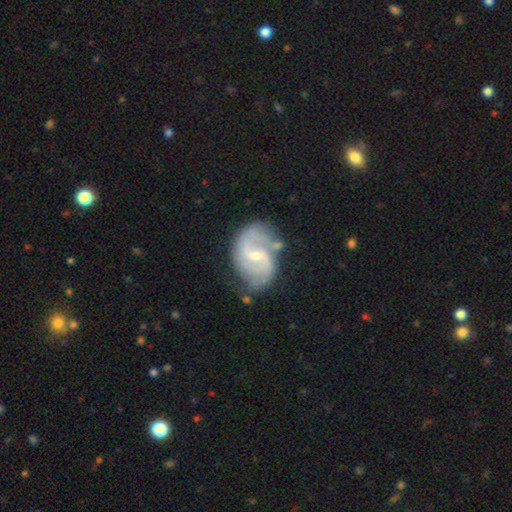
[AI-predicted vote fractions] Smooth or featured? Predicted: featured or disk (p=0.87). Edge-on disk? Predicted: no (p=0.98). Bar? Predicted: weak (p=0.58). Spiral arms? Predicted: yes (p=0.96). Spiral winding? Predicted: medium (p=0.53). Spiral arm count? Predicted: 2 (p=0.84). Bulge size? Predicted: small (p=0.62). Merging? Predicted: none (p=0.66).